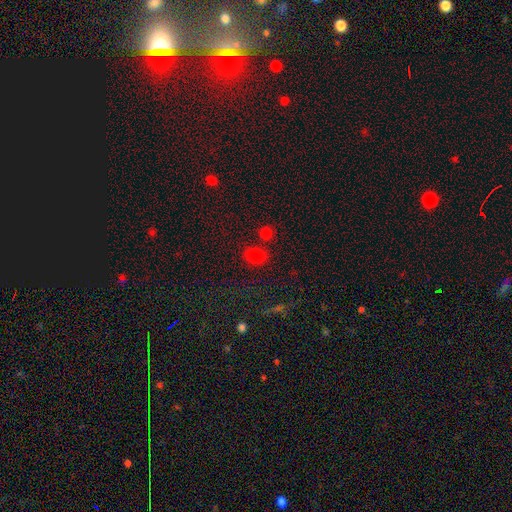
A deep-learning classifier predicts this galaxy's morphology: type=smooth (78%); roundness=round (55%); merging=none (75%).